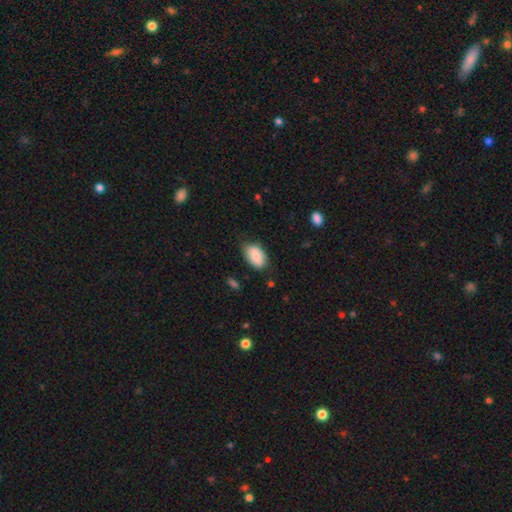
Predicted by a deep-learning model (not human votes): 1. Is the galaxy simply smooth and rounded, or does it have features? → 76% smooth, 18% featured or disk, 7% star or artifact.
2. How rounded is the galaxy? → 90% in between, 8% round, 1% cigar-shaped.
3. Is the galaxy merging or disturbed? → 65% none, 27% minor disturbance, 6% major disturbance, 2% merger.